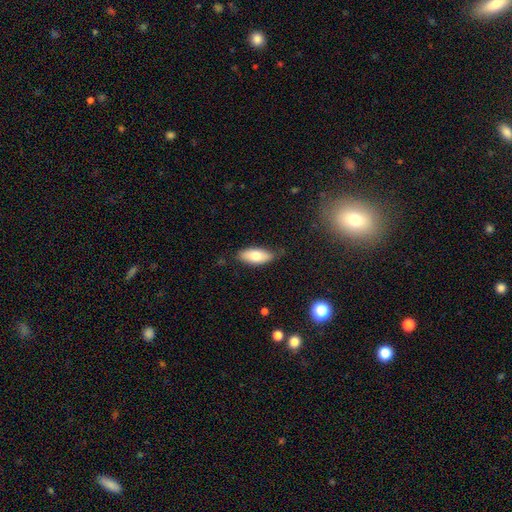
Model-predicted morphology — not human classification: smooth 75%, featured or disk 19%, star or artifact 7%. Down the decision tree: how rounded — in between (86%); merging — none (74%).